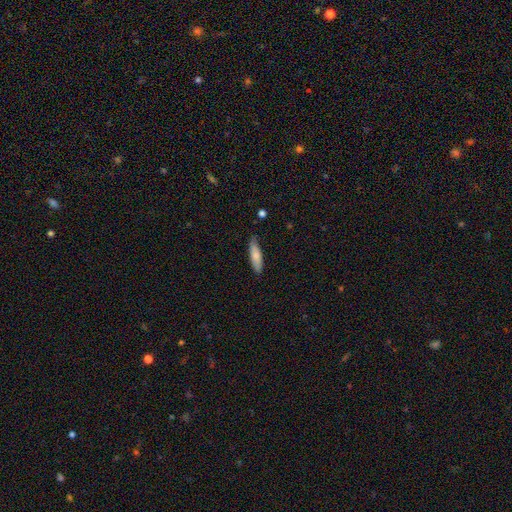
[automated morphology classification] Smooth or featured? smooth (75%)
How rounded? cigar-shaped (63%)
Merging? none (80%)